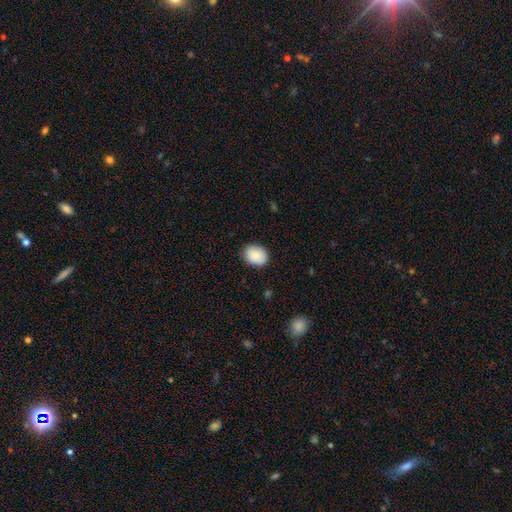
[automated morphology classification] This appears to be a smooth galaxy with no disk features (85%) that is in between round and cigar-shaped (58%). Merging: none (83%).